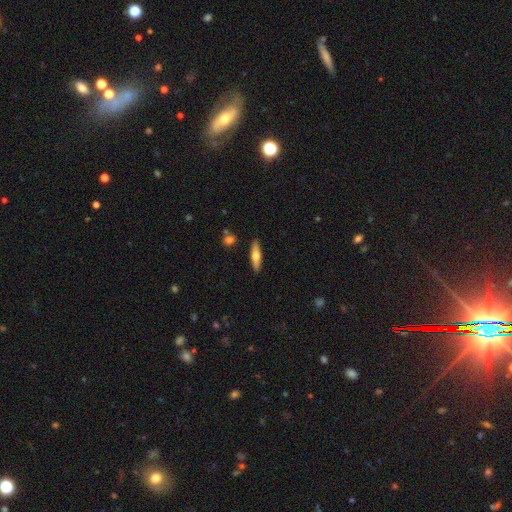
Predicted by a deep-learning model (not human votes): Q: Smooth or featured?
A: smooth (58%); runner-up: featured or disk (36%)
Q: How rounded?
A: cigar-shaped (69%); runner-up: in between (29%)
Q: Merging?
A: none (88%); runner-up: minor disturbance (8%)